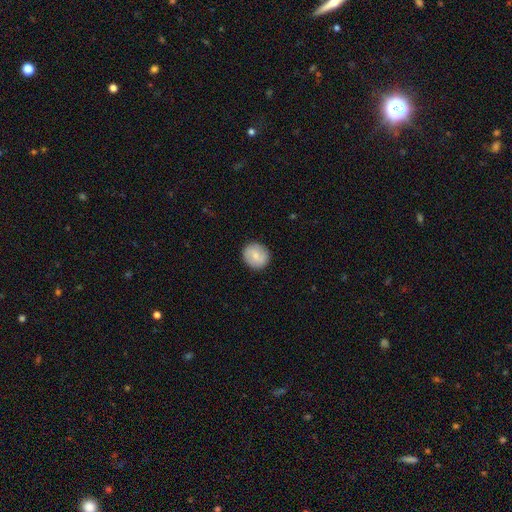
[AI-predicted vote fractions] Smooth or featured?
  - smooth: 67% *
  - featured or disk: 26%
  - star or artifact: 6%
How rounded?
  - round: 87% *
  - in between: 12%
  - cigar-shaped: 1%
Merging?
  - none: 89% *
  - minor disturbance: 8%
  - major disturbance: 2%
  - merger: 1%